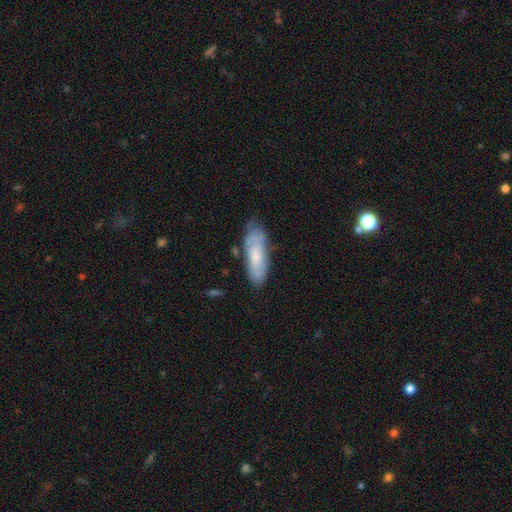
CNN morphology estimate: The model was most divided on "how rounded": in between: 55%, cigar-shaped: 43%, round: 2%. More confident: merging — none (69%); smooth or featured — smooth (55%).